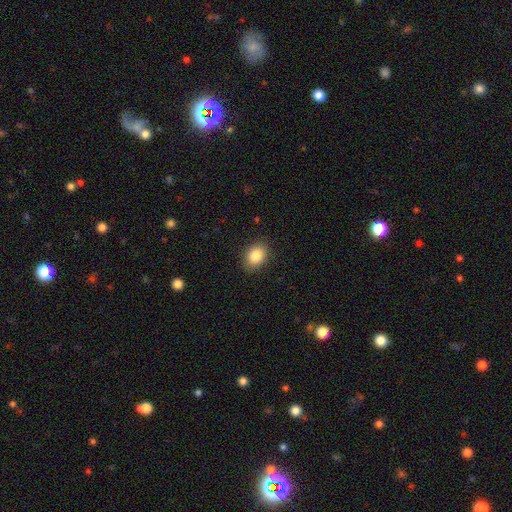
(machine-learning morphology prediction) Overall: smooth (87%). How rounded: in between (74%). Merging: none (88%).